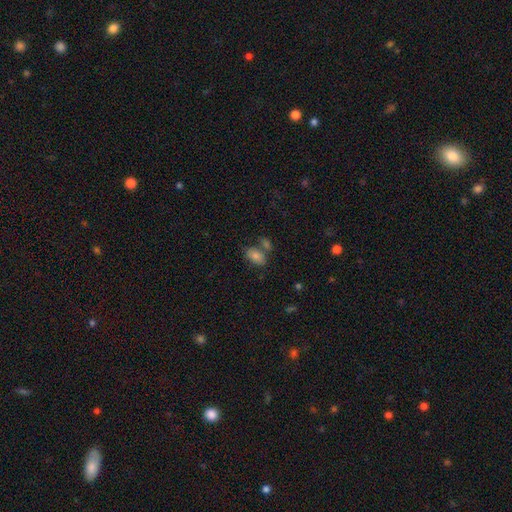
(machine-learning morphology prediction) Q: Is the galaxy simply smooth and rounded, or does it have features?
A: smooth — 81%.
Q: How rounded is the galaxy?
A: in between — 91%.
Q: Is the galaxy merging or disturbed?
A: none — 53%.